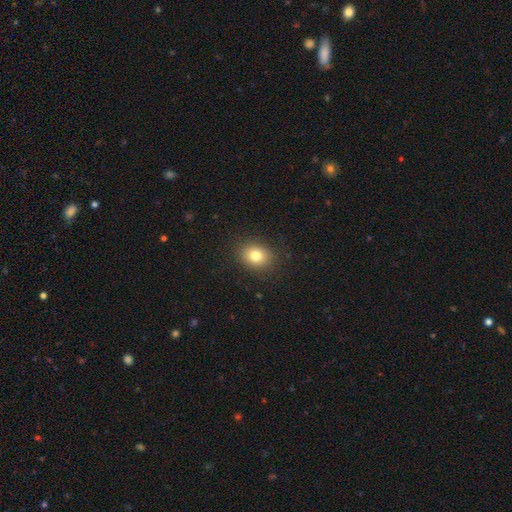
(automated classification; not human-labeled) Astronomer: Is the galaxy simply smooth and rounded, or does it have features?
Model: smooth — 80%.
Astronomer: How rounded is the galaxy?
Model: round — 53% (runner-up: in between, 46%).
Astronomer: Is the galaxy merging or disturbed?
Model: none — 88%.